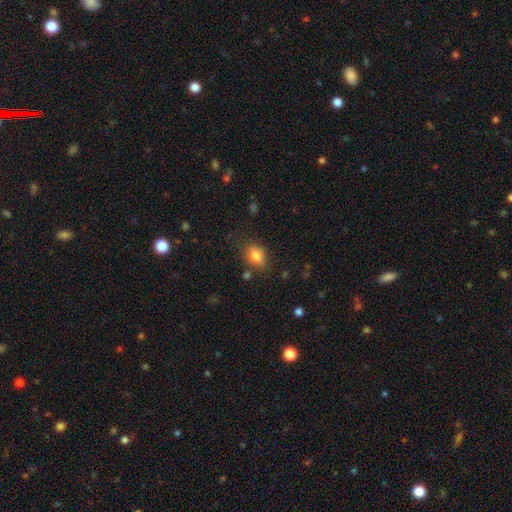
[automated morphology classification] Q: Smooth or featured?
A: smooth (80%); runner-up: star or artifact (10%)
Q: How rounded?
A: in between (71%); runner-up: round (27%)
Q: Merging?
A: none (70%); runner-up: minor disturbance (19%)